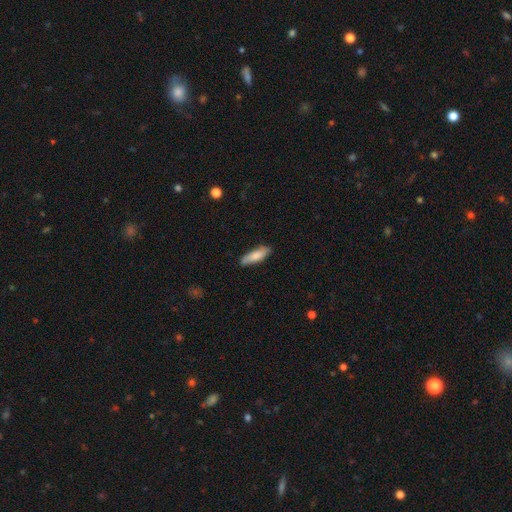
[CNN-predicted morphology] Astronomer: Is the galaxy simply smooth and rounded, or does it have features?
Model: smooth — 82%.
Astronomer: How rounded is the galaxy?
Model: cigar-shaped — 52% (runner-up: in between, 46%).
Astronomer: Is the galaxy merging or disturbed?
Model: none — 85%.